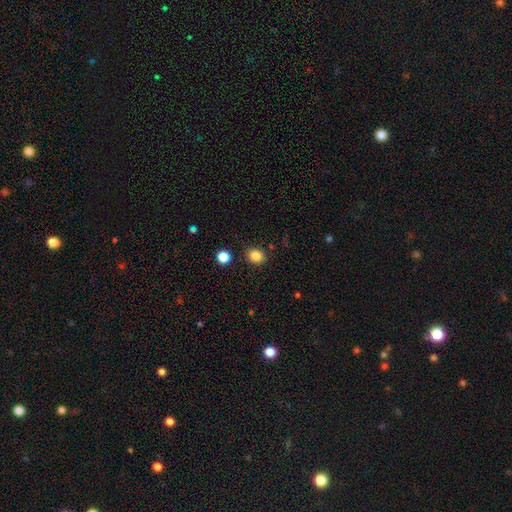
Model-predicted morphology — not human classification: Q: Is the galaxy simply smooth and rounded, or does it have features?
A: smooth — 84%.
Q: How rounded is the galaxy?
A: round — 64%.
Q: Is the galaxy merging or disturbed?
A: none — 88%.